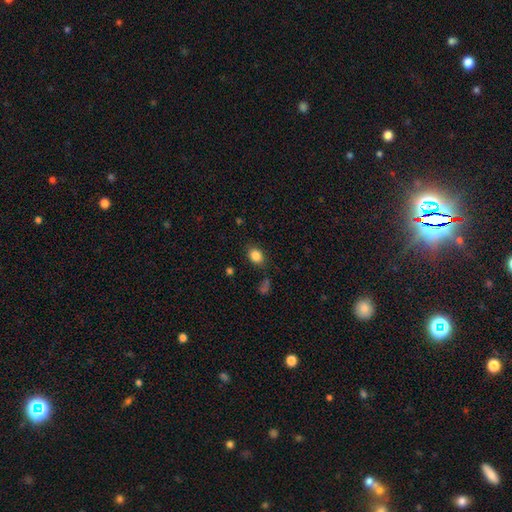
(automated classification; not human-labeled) The model was most divided on "how rounded": in between: 61%, round: 38%, cigar-shaped: 1%. More confident: smooth or featured — smooth (84%); merging — none (81%).